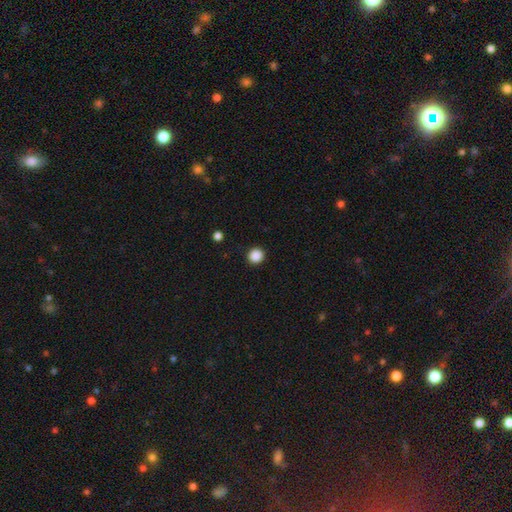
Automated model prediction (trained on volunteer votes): Smooth or featured?
  - smooth: 87% *
  - star or artifact: 10%
  - featured or disk: 2%
How rounded?
  - round: 93% *
  - in between: 6%
  - cigar-shaped: 1%
Merging?
  - none: 92% *
  - minor disturbance: 5%
  - major disturbance: 2%
  - merger: 1%